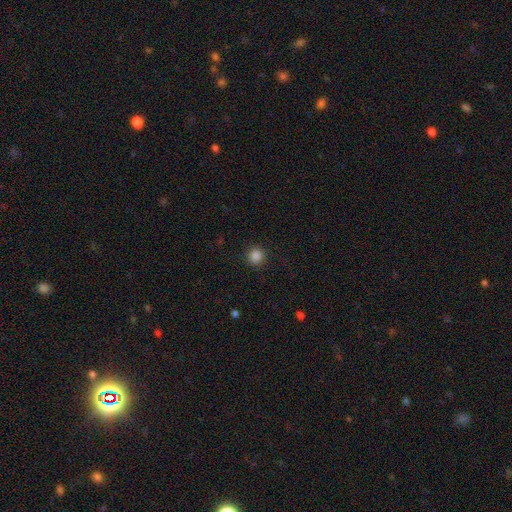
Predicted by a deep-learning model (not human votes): This is clearly a smooth galaxy (86%). How rounded: clearly round (94%). Merging: clearly none (91%).